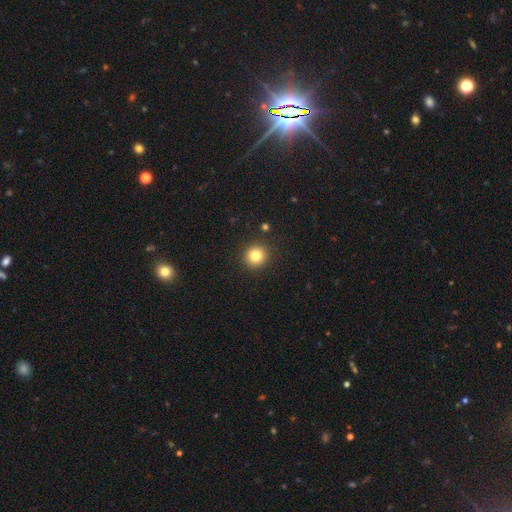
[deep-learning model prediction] smooth 82%, star or artifact 12%, featured or disk 6%. Down the decision tree: how rounded — round (93%); merging — none (91%).